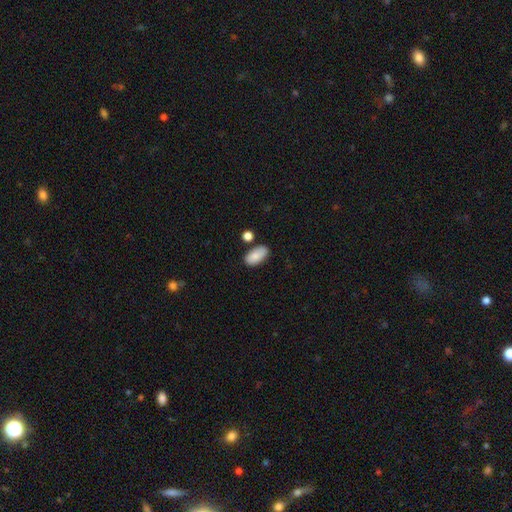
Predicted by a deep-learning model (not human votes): This is clearly a smooth galaxy (85%). How rounded: clearly in between (94%). Merging: likely none (72%).